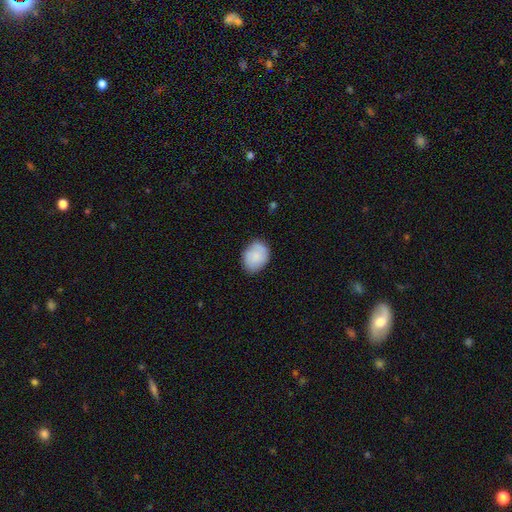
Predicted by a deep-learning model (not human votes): Smooth or featured?
  - smooth: 84% *
  - featured or disk: 10%
  - star or artifact: 7%
How rounded?
  - in between: 60% *
  - round: 39%
  - cigar-shaped: 1%
Merging?
  - none: 76% *
  - minor disturbance: 19%
  - major disturbance: 4%
  - merger: 1%